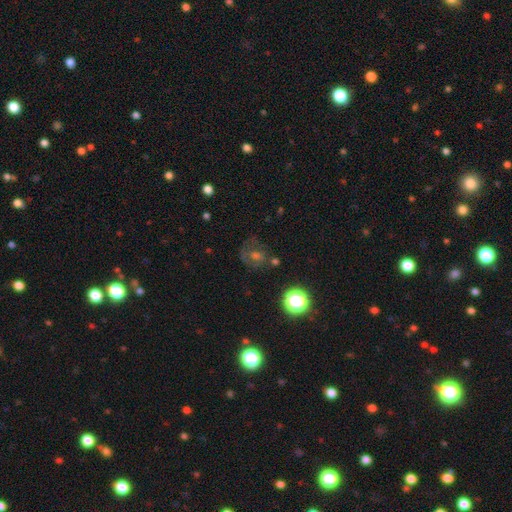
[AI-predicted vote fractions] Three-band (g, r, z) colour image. It shows a featured or disk galaxy (34%, tied with star or artifact). Merging: none (59%).